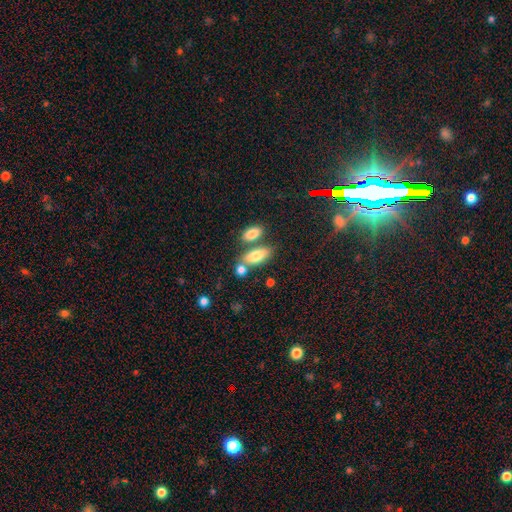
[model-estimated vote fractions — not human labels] smooth_or_featured: smooth (p=0.79) [alt: featured or disk p=0.13]
how_rounded: in between (p=0.82) [alt: cigar-shaped p=0.13]
merging: none (p=0.54) [alt: merger p=0.30]